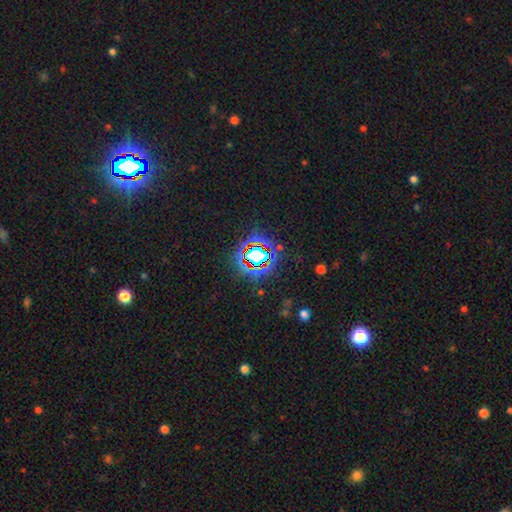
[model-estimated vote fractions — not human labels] Overall: star or artifact (70%).